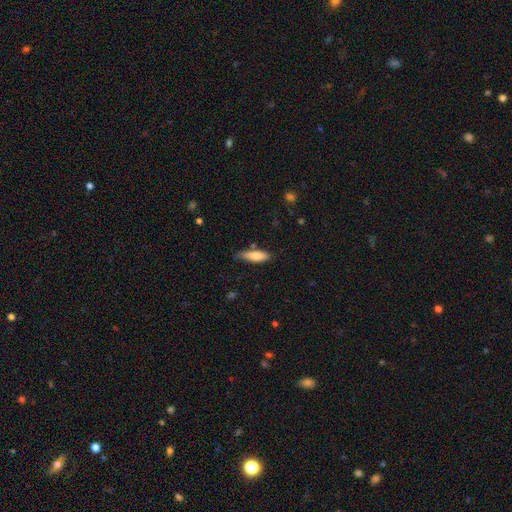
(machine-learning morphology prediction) Smooth or featured: smooth — 77% (featured or disk — 17%)
How rounded: cigar-shaped — 55% (in between — 44%)
Merging: none — 65% (minor disturbance — 26%)